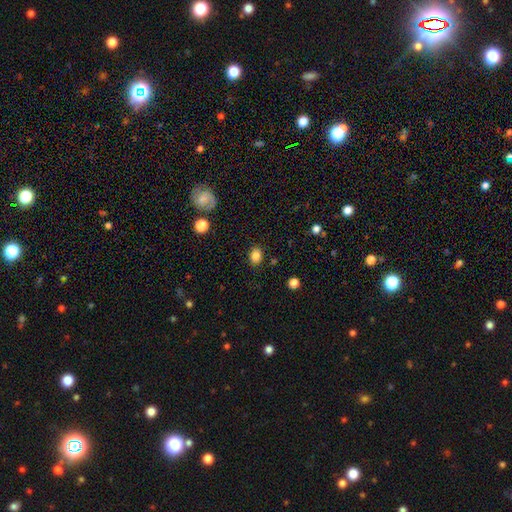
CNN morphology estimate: Smooth or featured? Predicted: smooth (p=0.84). How rounded? Predicted: in between (p=0.59). Merging? Predicted: none (p=0.86).